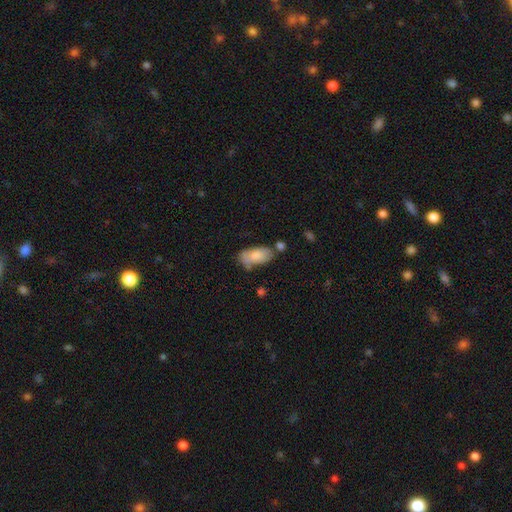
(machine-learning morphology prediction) Overall: smooth (77%). How rounded: in between (92%). Merging: none (47%; minor disturbance 27%).